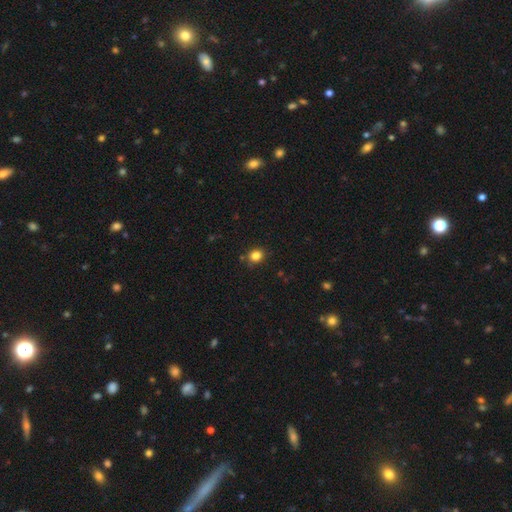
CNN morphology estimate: Smooth or featured? Predicted: smooth (p=0.83). How rounded? Predicted: round (p=0.71). Merging? Predicted: none (p=0.84).